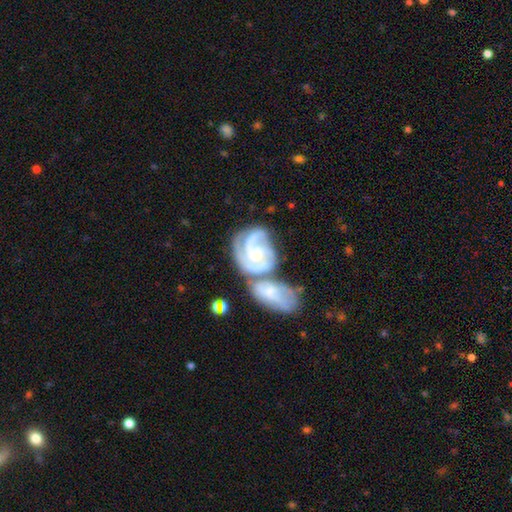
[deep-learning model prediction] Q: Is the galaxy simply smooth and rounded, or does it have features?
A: featured or disk — 87%.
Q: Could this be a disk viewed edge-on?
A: no — 97%.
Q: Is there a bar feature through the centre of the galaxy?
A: no — 59%.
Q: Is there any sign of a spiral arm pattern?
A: yes — 97%.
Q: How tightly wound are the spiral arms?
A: tight — 63%.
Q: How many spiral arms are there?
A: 3 — 40%.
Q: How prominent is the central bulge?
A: small — 51%.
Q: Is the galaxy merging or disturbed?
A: merger — 51%.